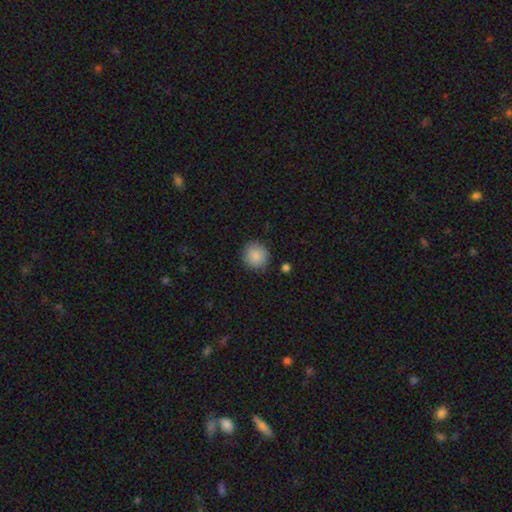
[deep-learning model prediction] smooth-or-featured: smooth: 88% | star or artifact: 7% | featured or disk: 5%
  how-rounded: round: 89% | in between: 10% | cigar-shaped: 1%
  merging: none: 86% | minor disturbance: 10% | major disturbance: 3% | merger: 2%